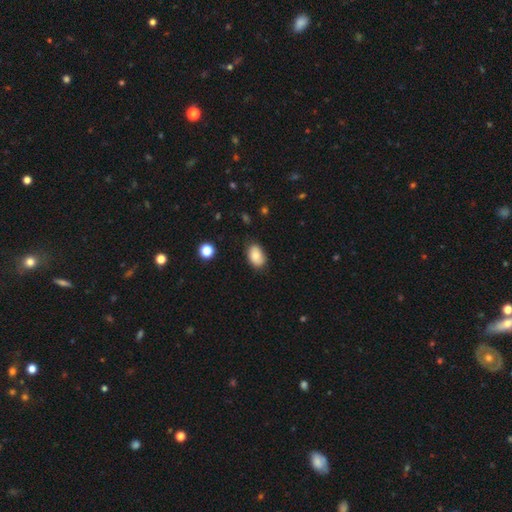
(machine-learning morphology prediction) A smooth galaxy with no disk features (83%) that is in between round and cigar-shaped (88%).

Vote fractions:
- Smooth or featured? smooth: 83% / featured or disk: 9% / star or artifact: 8%
- How rounded? in between: 88% / round: 11% / cigar-shaped: 1%
- Merging? none: 77% / minor disturbance: 18% / major disturbance: 3% / merger: 1%